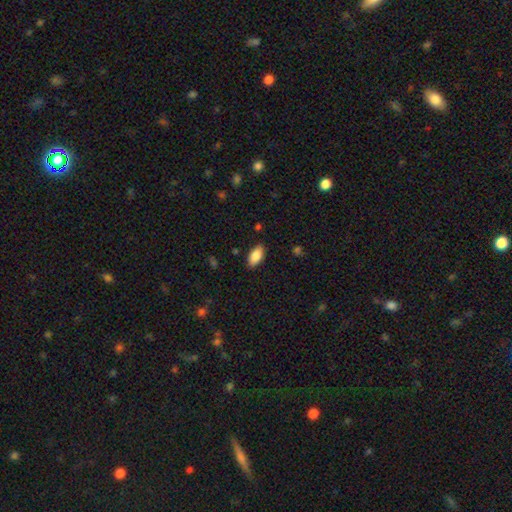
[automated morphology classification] This is clearly a smooth galaxy (85%). How rounded: clearly in between (92%). Merging: clearly none (86%).